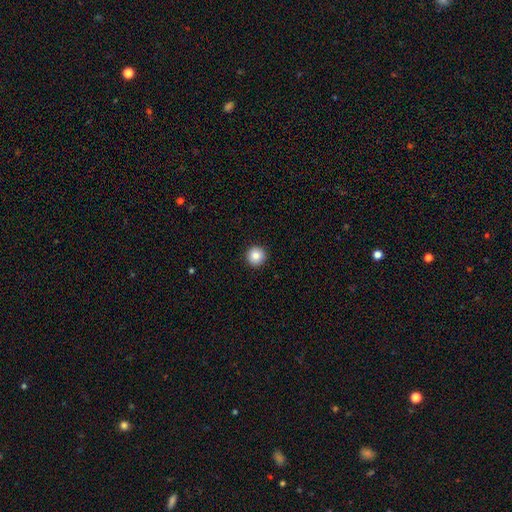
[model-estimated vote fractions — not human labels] The model was most divided on "smooth or featured": smooth: 85%, star or artifact: 9%, featured or disk: 6%. More confident: how rounded — round (96%); merging — none (93%).